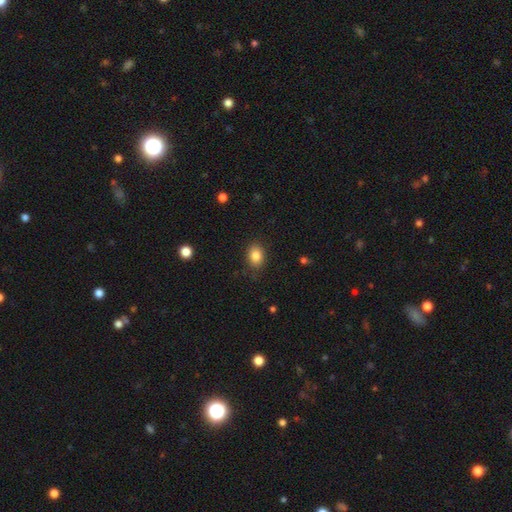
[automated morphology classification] Q: Smooth or featured?
A: smooth (84%); runner-up: star or artifact (9%)
Q: How rounded?
A: in between (68%); runner-up: round (31%)
Q: Merging?
A: none (85%); runner-up: minor disturbance (11%)